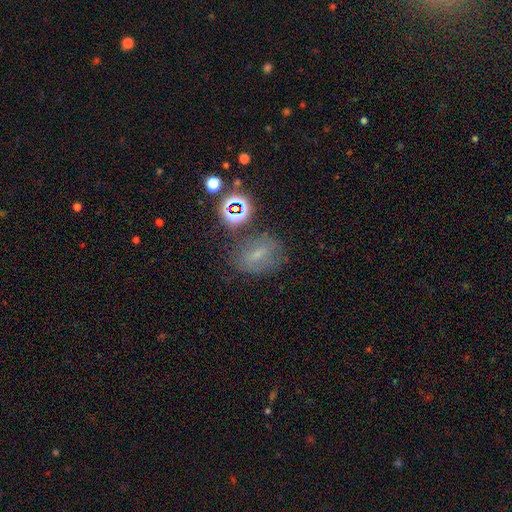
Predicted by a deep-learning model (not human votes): Smooth or featured: smooth — 48% (featured or disk — 28%)
Merging: none — 63% (minor disturbance — 20%)